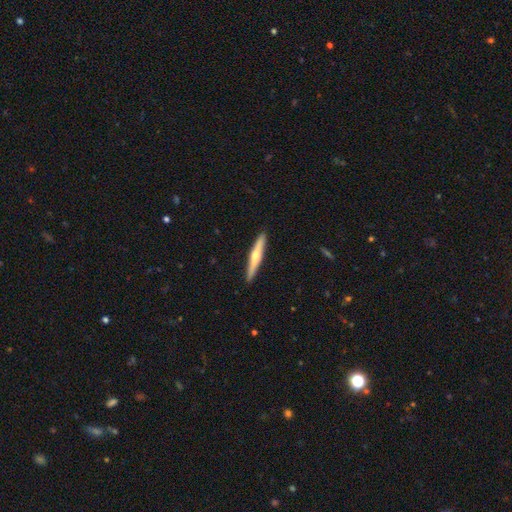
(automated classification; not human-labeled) Morphology: type=featured or disk (53%); edge-on=yes (96%); edge-on bulge=rounded (84%); merging=none (91%).